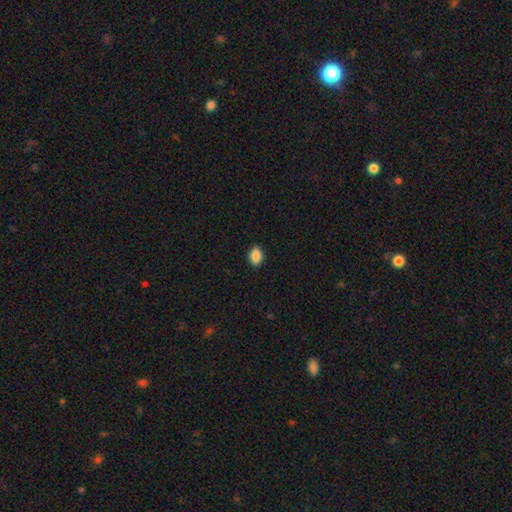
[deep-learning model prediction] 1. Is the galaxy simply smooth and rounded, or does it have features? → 87% smooth, 8% star or artifact, 4% featured or disk.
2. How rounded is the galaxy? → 80% in between, 18% round, 2% cigar-shaped.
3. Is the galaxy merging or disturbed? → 88% none, 9% minor disturbance, 2% major disturbance, 1% merger.